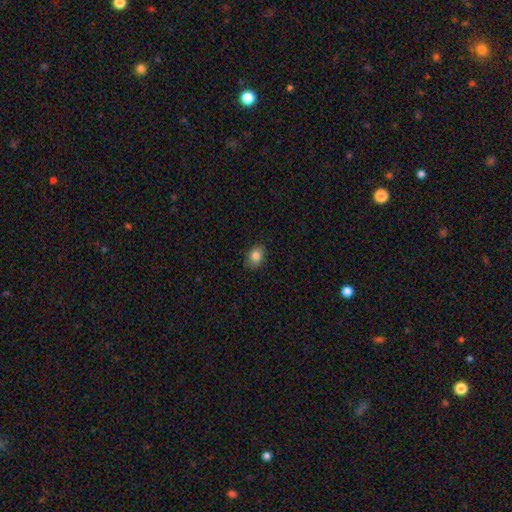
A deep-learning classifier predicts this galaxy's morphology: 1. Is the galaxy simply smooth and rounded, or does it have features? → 83% smooth, 9% star or artifact, 8% featured or disk.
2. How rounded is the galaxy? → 68% in between, 31% round, 1% cigar-shaped.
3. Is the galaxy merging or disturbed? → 86% none, 11% minor disturbance, 2% major disturbance, 1% merger.